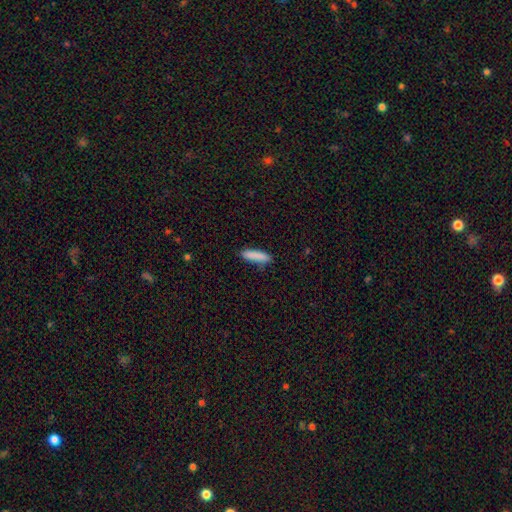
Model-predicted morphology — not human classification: smooth-or-featured: smooth: 88% | star or artifact: 6% | featured or disk: 6%
  how-rounded: cigar-shaped: 78% | in between: 21% | round: 1%
  merging: none: 85% | minor disturbance: 11% | major disturbance: 2% | merger: 1%